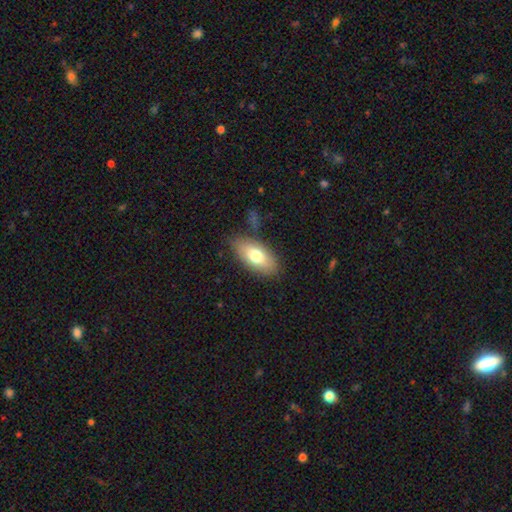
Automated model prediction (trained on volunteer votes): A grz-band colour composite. It shows a smooth galaxy with no disk features (71%) that is in between round and cigar-shaped (89%). Merging: none (79%).